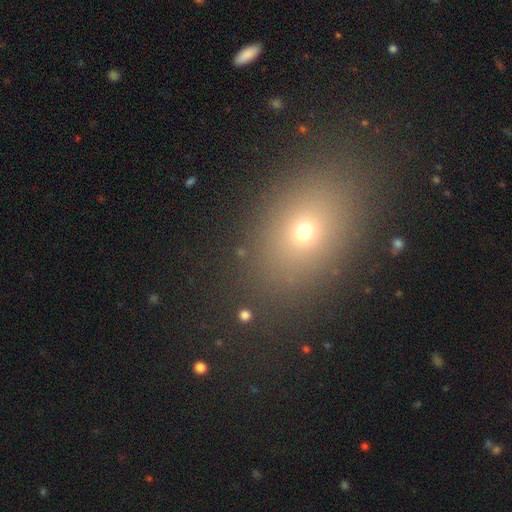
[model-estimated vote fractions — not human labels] The model was most divided on "how rounded": in between: 67%, round: 31%, cigar-shaped: 2%. More confident: merging — none (87%); smooth or featured — smooth (63%).